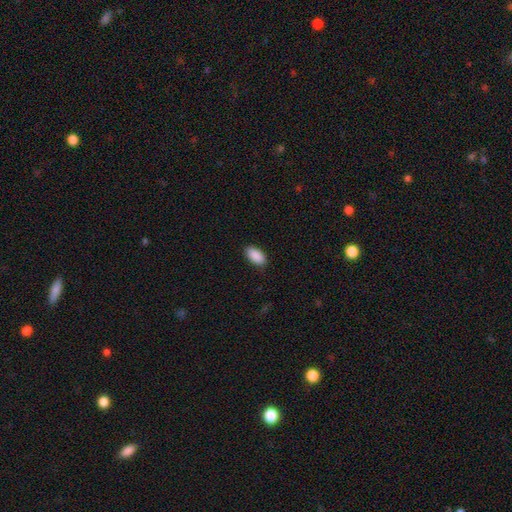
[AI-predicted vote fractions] smooth-or-featured: smooth: 91% | star or artifact: 7% | featured or disk: 3%
  how-rounded: in between: 94% | cigar-shaped: 3% | round: 2%
  merging: none: 88% | minor disturbance: 9% | major disturbance: 2% | merger: 1%